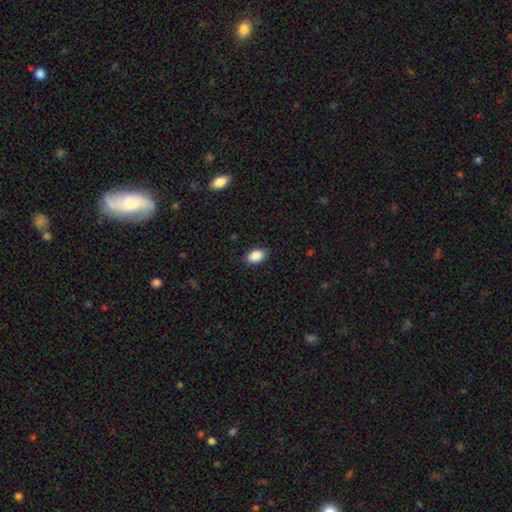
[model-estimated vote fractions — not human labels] Smooth or featured: smooth — 89% (star or artifact — 8%)
How rounded: in between — 84% (round — 15%)
Merging: none — 88% (minor disturbance — 9%)